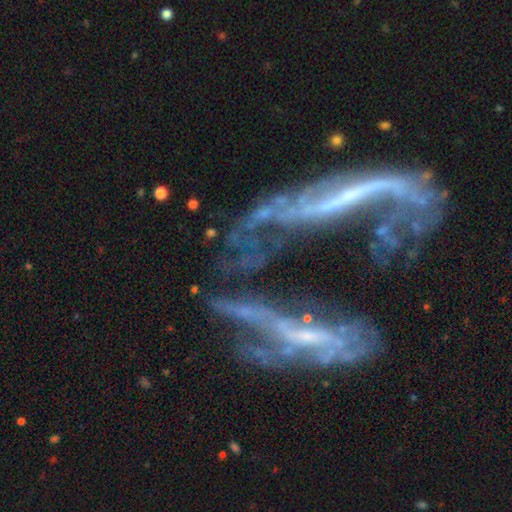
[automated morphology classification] smooth_or_featured: featured or disk (p=0.71) [alt: star or artifact p=0.16]
disk_edge_on: no (p=0.79) [alt: yes p=0.21]
bar: no (p=0.50) [alt: strong p=0.26]
has_spiral_arms: yes (p=0.50) [tied with: no p=0.50]
bulge_size: none (p=0.47) [alt: small p=0.33]
merging: merger (p=0.54) [alt: major disturbance p=0.26]